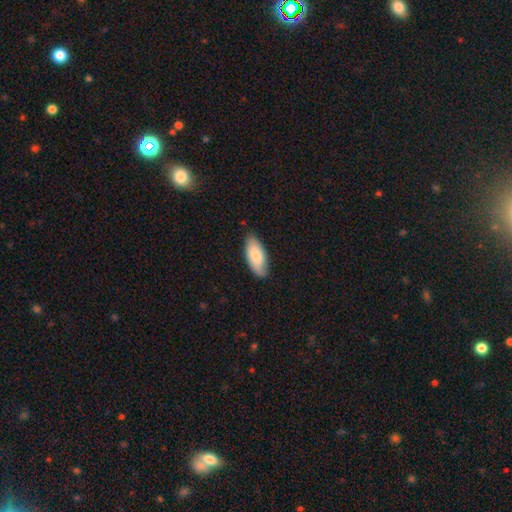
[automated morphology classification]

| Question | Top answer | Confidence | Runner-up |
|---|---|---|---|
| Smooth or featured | smooth | 77% | featured or disk (18%) |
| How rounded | in between | 89% | cigar-shaped (9%) |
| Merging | none | 80% | minor disturbance (17%) |